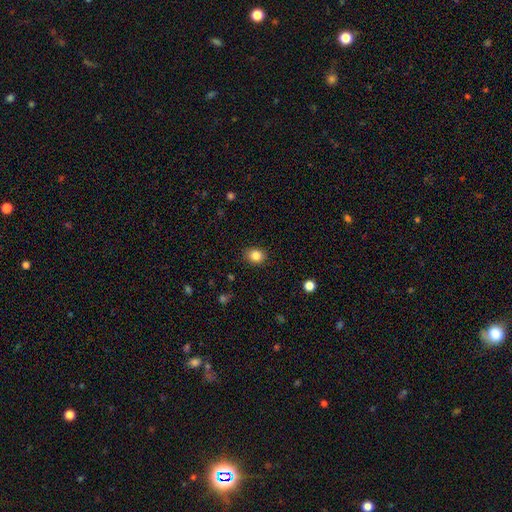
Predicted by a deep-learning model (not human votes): The model was most divided on "how rounded": round: 62%, in between: 37%, cigar-shaped: 1%. More confident: merging — none (88%); smooth or featured — smooth (85%).